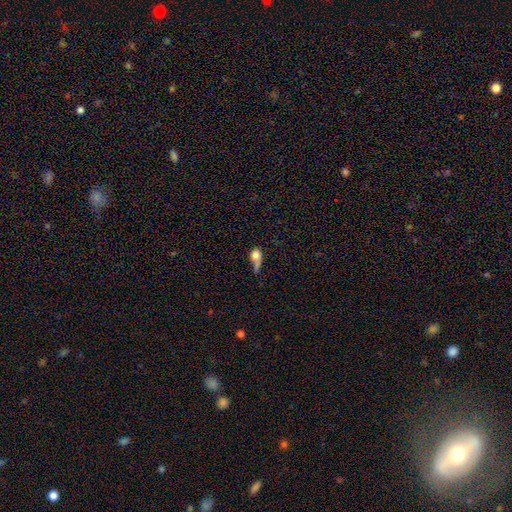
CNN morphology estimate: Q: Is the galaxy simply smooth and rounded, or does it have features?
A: smooth — 67%.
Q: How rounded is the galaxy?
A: in between — 47%.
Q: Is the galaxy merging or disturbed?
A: major disturbance — 37%.